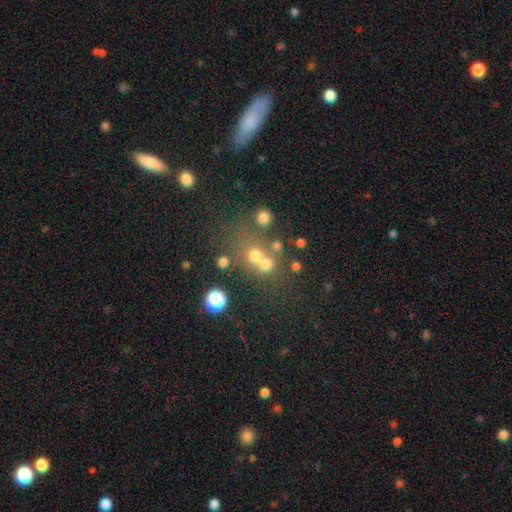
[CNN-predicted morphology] Overall: smooth (59%; star or artifact 23%). How rounded: round (82%). Merging: none (46%; merger 41%).